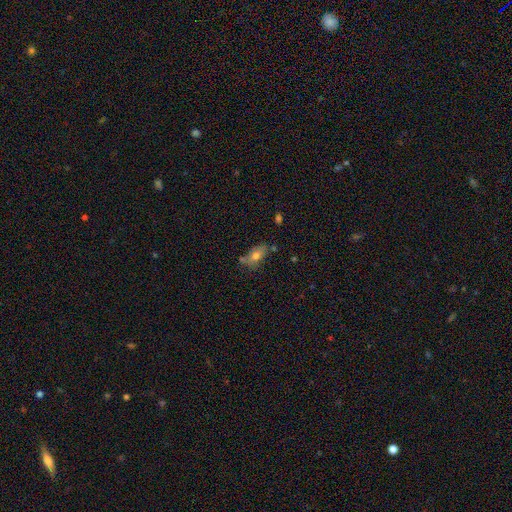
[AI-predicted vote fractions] Q: Smooth or featured?
A: smooth (71%); runner-up: featured or disk (20%)
Q: How rounded?
A: in between (86%); runner-up: round (7%)
Q: Merging?
A: none (58%); runner-up: minor disturbance (21%)